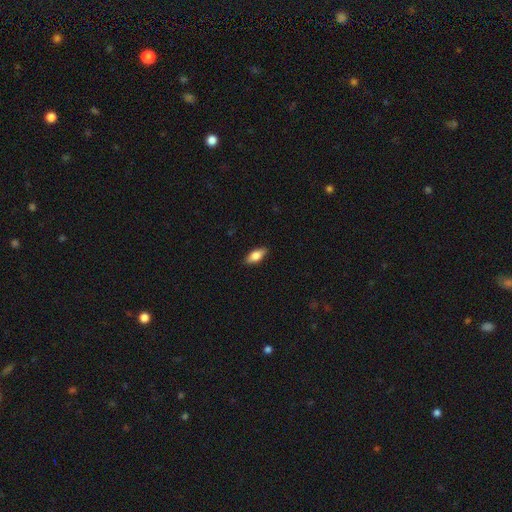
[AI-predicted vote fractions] Morphology: type=smooth (74%); roundness=in between (84%); merging=none (87%).